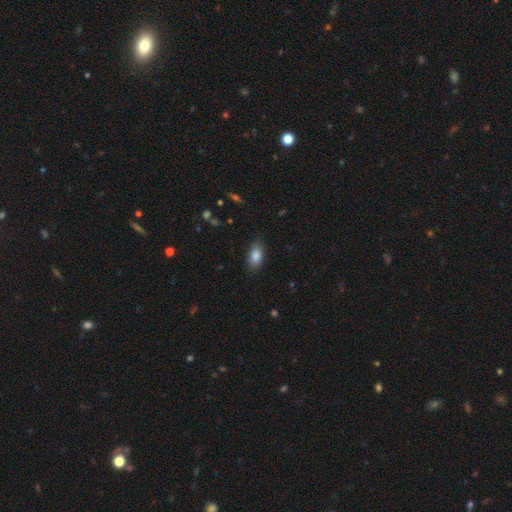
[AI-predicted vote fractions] smooth-or-featured: smooth: 85% | star or artifact: 8% | featured or disk: 7%
  how-rounded: in between: 90% | round: 6% | cigar-shaped: 4%
  merging: none: 83% | minor disturbance: 13% | major disturbance: 3% | merger: 1%